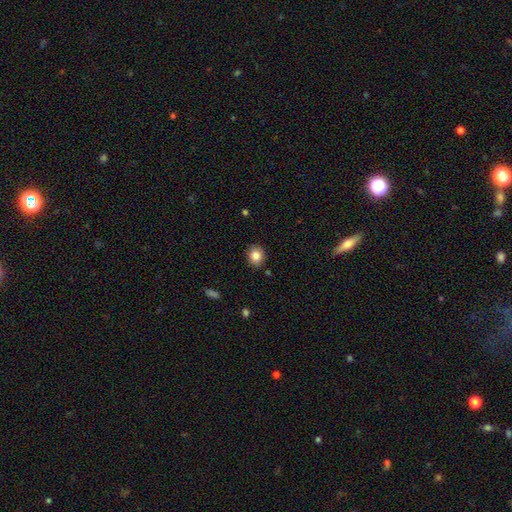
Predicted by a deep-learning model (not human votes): Smooth or featured: smooth — 84% (star or artifact — 10%)
How rounded: round — 78% (in between — 21%)
Merging: none — 88% (minor disturbance — 8%)